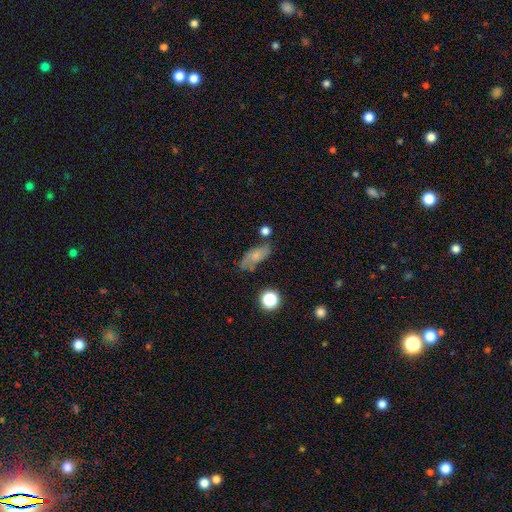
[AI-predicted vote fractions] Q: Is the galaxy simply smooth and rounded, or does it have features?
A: smooth — 60%.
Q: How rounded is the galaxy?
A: in between — 76%.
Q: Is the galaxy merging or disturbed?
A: none — 58%.